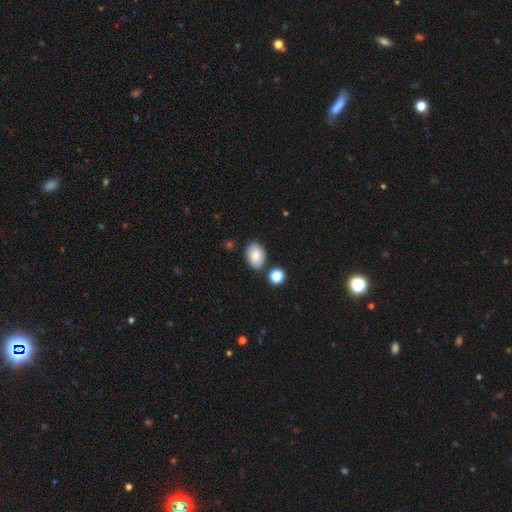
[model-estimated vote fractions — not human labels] smooth_or_featured: smooth (p=0.83) [alt: featured or disk p=0.09]
how_rounded: in between (p=0.84) [alt: round p=0.15]
merging: none (p=0.81) [alt: minor disturbance p=0.11]